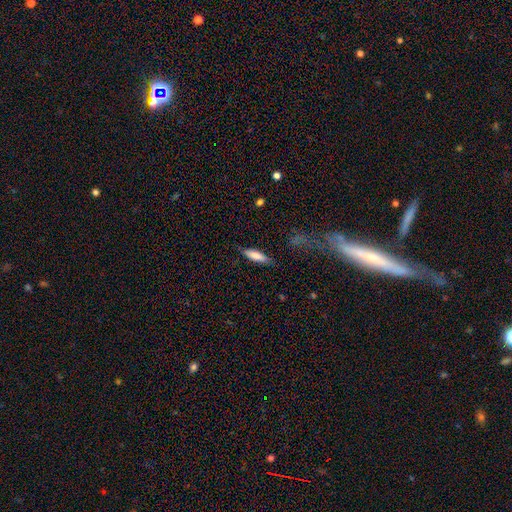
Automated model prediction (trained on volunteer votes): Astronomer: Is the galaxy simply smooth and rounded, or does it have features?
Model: smooth — 78%.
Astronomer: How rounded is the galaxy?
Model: cigar-shaped — 63%.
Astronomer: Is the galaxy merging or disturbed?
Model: none — 80%.